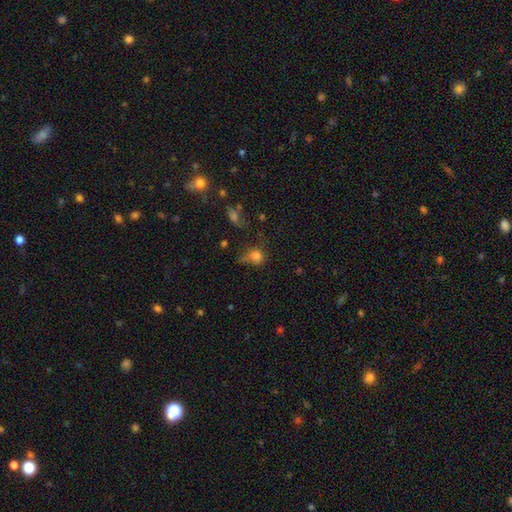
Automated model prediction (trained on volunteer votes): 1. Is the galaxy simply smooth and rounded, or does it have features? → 76% smooth, 14% star or artifact, 10% featured or disk.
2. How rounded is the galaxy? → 68% round, 31% in between, 1% cigar-shaped.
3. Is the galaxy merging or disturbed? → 40% none, 26% minor disturbance, 23% major disturbance, 12% merger.